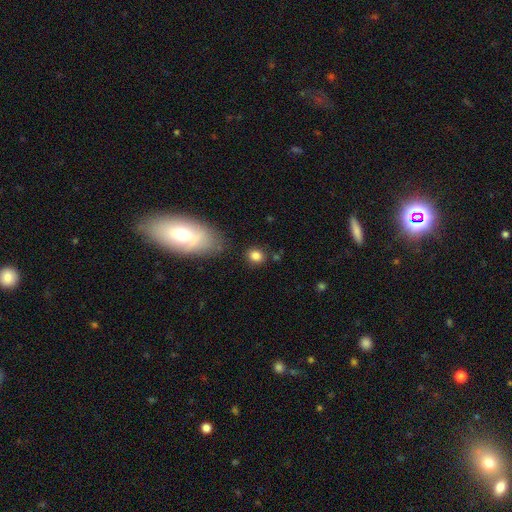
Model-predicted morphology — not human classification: Smooth or featured? smooth (82%)
How rounded? round (68%)
Merging? none (81%)